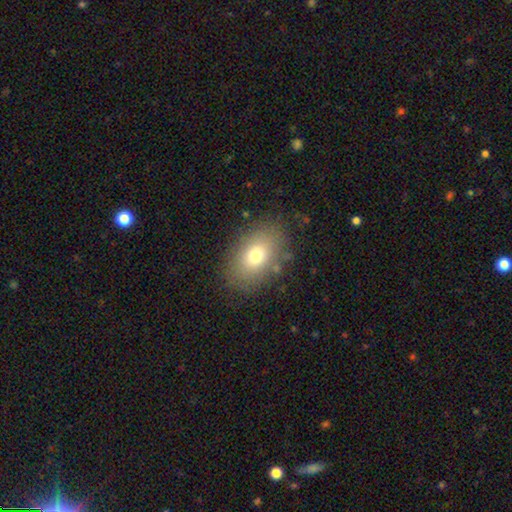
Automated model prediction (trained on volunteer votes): Morphology: type=smooth (74%); roundness=in between (84%); merging=none (83%).